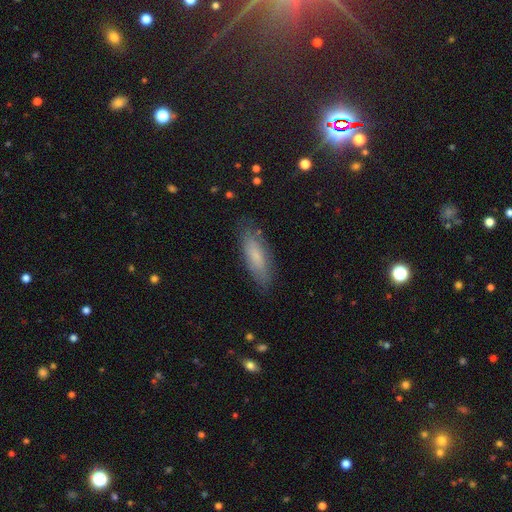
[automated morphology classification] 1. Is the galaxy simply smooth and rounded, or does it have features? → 72% smooth, 21% featured or disk, 7% star or artifact.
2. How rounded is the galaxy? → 54% in between, 44% cigar-shaped, 2% round.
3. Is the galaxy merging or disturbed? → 80% none, 15% minor disturbance, 4% major disturbance, 1% merger.